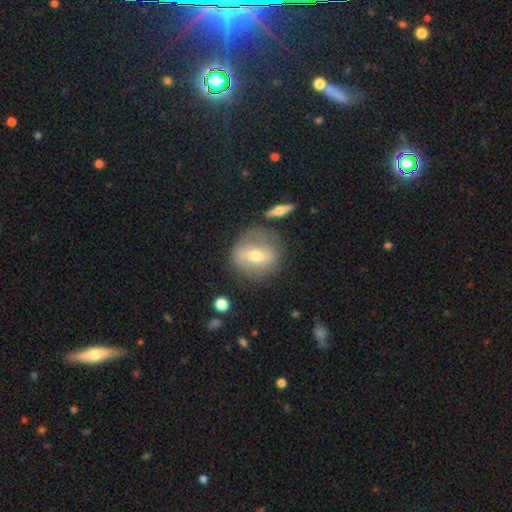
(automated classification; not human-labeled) smooth-or-featured: featured or disk: 51% | smooth: 40% | star or artifact: 8%
  disk-edge-on: no: 82% | yes: 18%
  merging: none: 74% | minor disturbance: 15% | major disturbance: 6% | merger: 5%